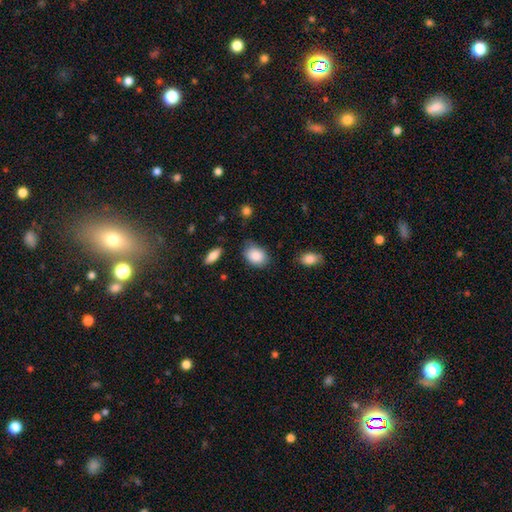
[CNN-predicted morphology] This is clearly a smooth galaxy (87%). How rounded: likely in between (75%). Merging: likely none (70%).